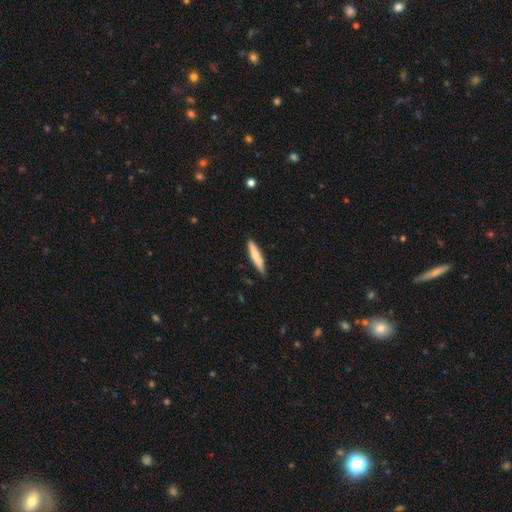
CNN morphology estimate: A smooth galaxy with no disk features (73%) that is cigar-shaped (89%). Merging: none (85%).